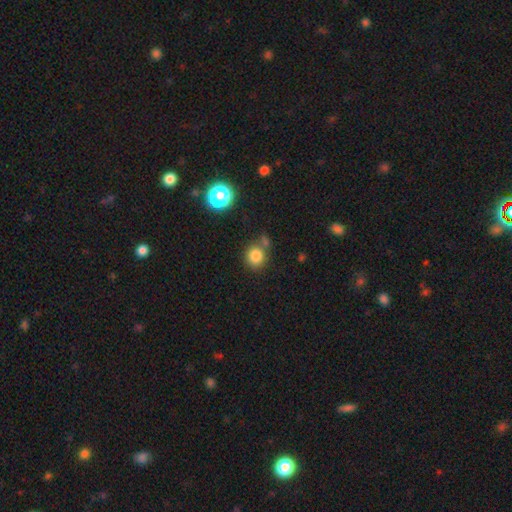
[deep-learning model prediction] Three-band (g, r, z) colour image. It shows a smooth galaxy with no disk features (81%) that is round (86%). Merging: none (67%).